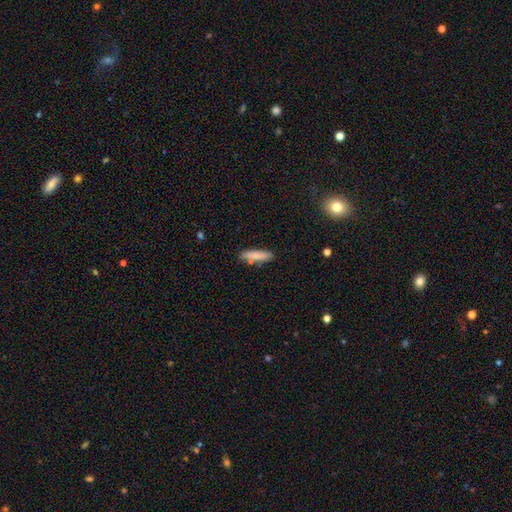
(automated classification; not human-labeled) Smooth or featured? Predicted: smooth (p=0.81). How rounded? Predicted: cigar-shaped (p=0.74). Merging? Predicted: none (p=0.78).